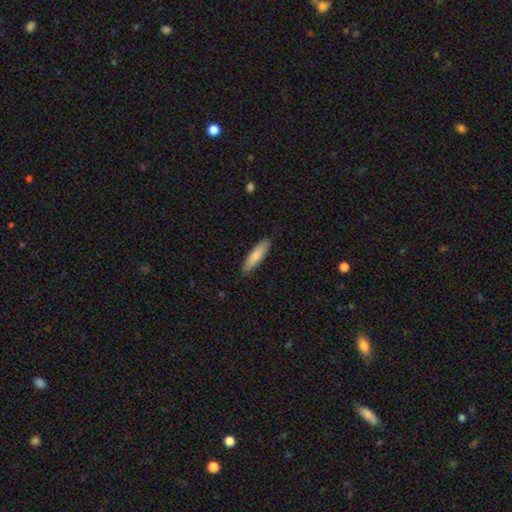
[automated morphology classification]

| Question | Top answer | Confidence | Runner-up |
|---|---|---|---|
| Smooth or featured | smooth | 82% | featured or disk (13%) |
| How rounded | cigar-shaped | 66% | in between (33%) |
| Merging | none | 87% | minor disturbance (10%) |